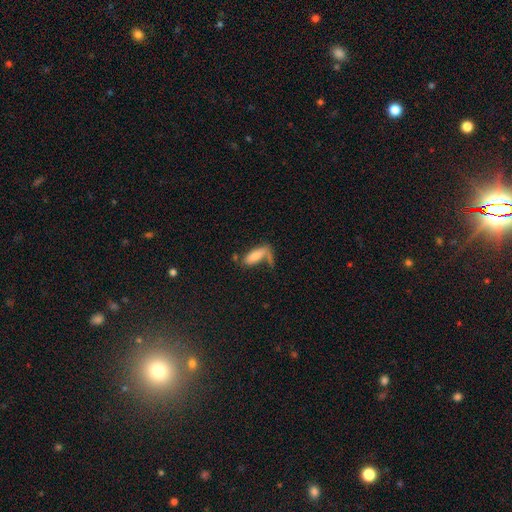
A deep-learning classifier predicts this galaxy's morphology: The model was most divided on "merging": none: 40%, major disturbance: 24%, minor disturbance: 19%, merger: 18%. More confident: smooth or featured — smooth (72%); how rounded — in between (62%).